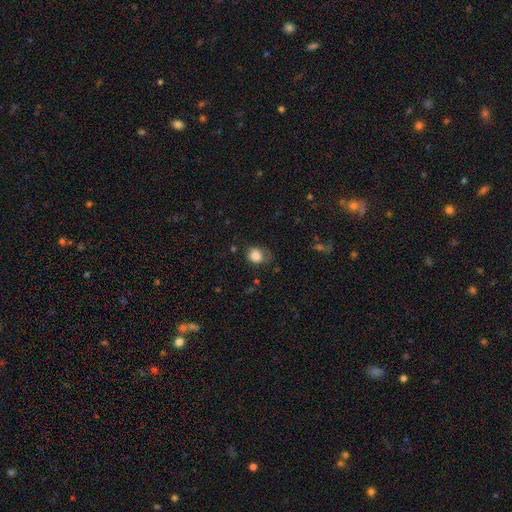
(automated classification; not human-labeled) A smooth galaxy with no disk features (84%) that is round (61%).

Vote fractions:
- Smooth or featured? smooth: 84% / star or artifact: 9% / featured or disk: 7%
- How rounded? round: 61% / in between: 38% / cigar-shaped: 1%
- Merging? none: 46% / minor disturbance: 34% / major disturbance: 17% / merger: 2%